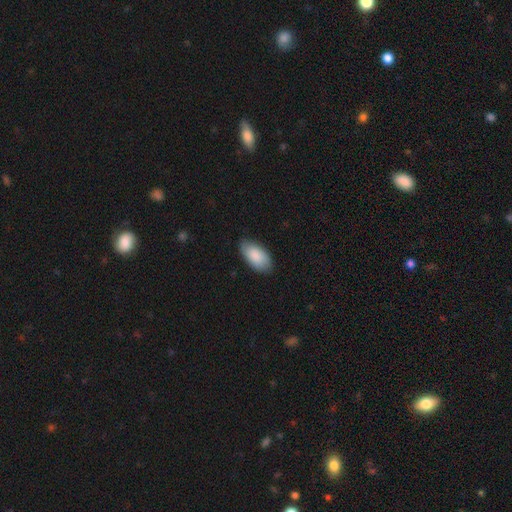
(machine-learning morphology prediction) Overall: smooth (88%). How rounded: in between (95%). Merging: none (82%).